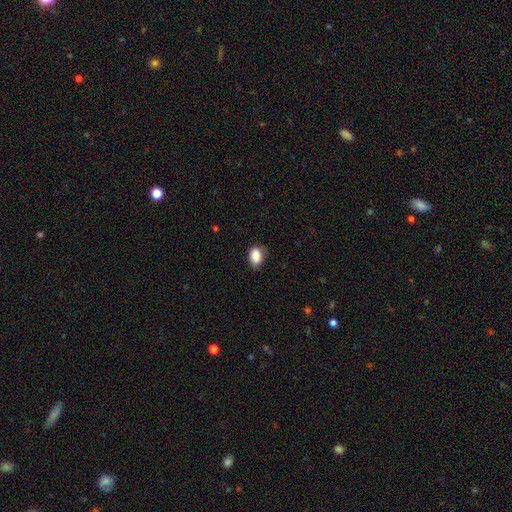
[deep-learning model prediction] Smooth or featured: smooth — 88% (star or artifact — 8%)
How rounded: in between — 79% (round — 19%)
Merging: none — 64% (minor disturbance — 29%)